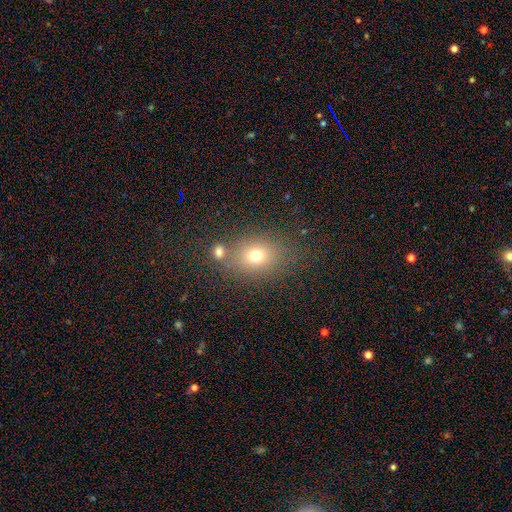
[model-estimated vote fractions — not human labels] This is likely a smooth galaxy (70%). How rounded: possibly in between (52%). Merging: likely none (68%).